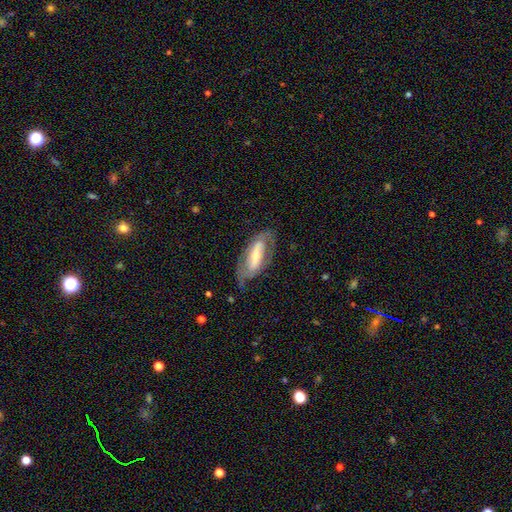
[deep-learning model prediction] smooth-or-featured: featured or disk: 71% | smooth: 23% | star or artifact: 6%
  disk-edge-on: no: 88% | yes: 12%
    bar: strong: 60% | weak: 26% | no: 15%
    has-spiral-arms: yes: 74% | no: 26%
    bulge-size: small: 39% (tied) | moderate: 39% (tied) | large: 14% | none: 5% | dominant: 3%
  merging: none: 63% | minor disturbance: 21% | major disturbance: 14% | merger: 2%